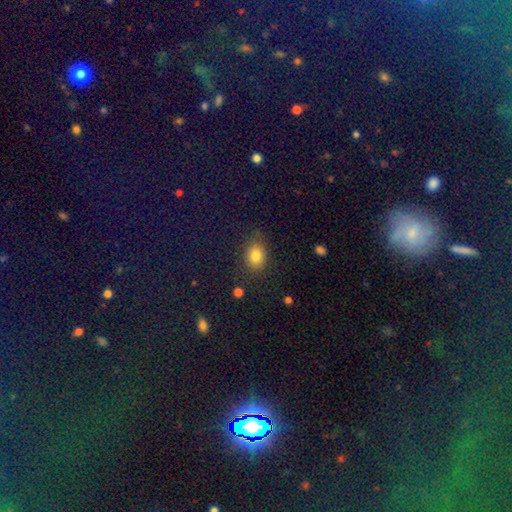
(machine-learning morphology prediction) The model was most divided on "how rounded": in between: 60%, round: 39%, cigar-shaped: 1%. More confident: smooth or featured — smooth (82%); merging — none (77%).